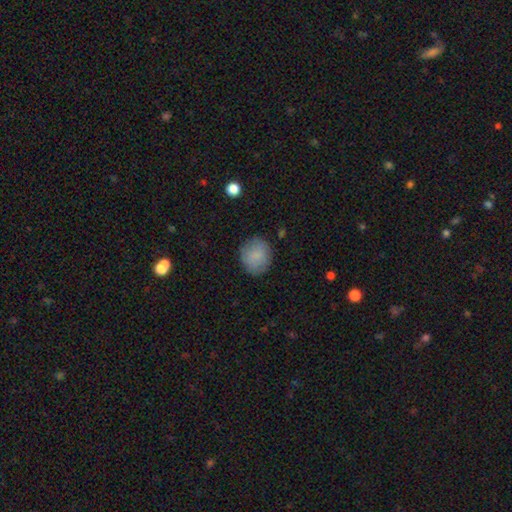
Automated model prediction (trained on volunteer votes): smooth_or_featured: smooth (p=0.84) [alt: featured or disk p=0.08]
how_rounded: round (p=0.79) [alt: in between p=0.20]
merging: none (p=0.83) [alt: minor disturbance p=0.13]